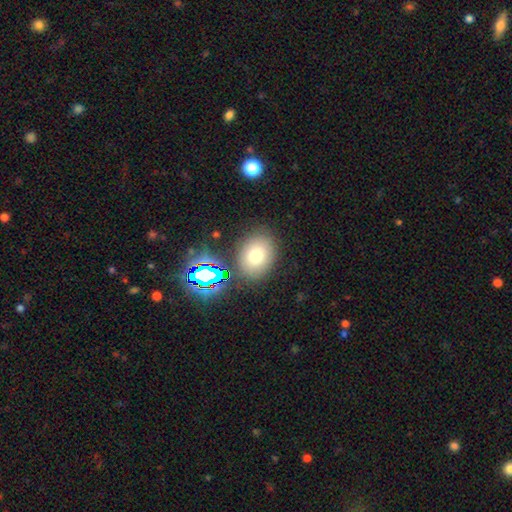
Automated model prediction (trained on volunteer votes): Q: Smooth or featured?
A: smooth (72%); runner-up: star or artifact (17%)
Q: How rounded?
A: in between (58%); runner-up: round (41%)
Q: Merging?
A: none (82%); runner-up: minor disturbance (10%)